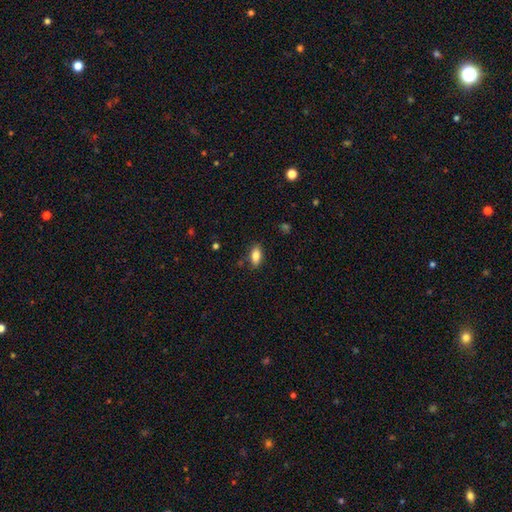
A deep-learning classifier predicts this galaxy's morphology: Smooth or featured: smooth — 82% (featured or disk — 10%)
How rounded: in between — 85% (cigar-shaped — 12%)
Merging: none — 84% (minor disturbance — 12%)